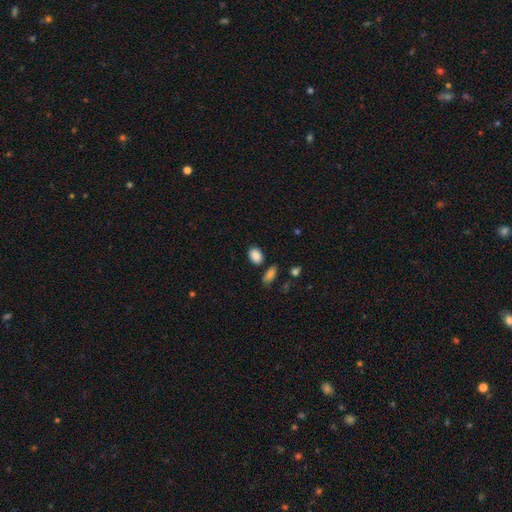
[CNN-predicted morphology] Q: Smooth or featured?
A: smooth (88%); runner-up: star or artifact (8%)
Q: How rounded?
A: in between (79%); runner-up: round (20%)
Q: Merging?
A: none (79%); runner-up: minor disturbance (12%)